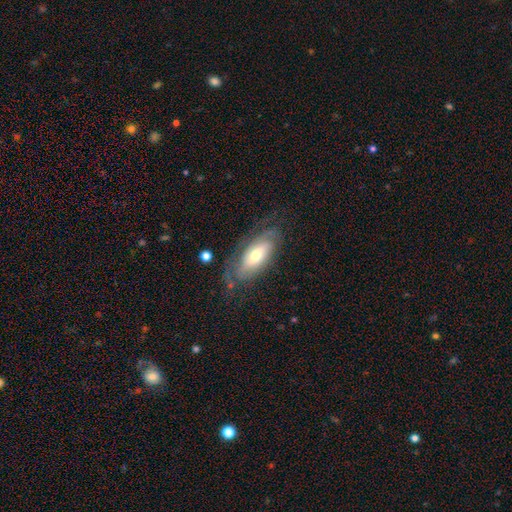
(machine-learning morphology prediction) Smooth or featured? featured or disk (56%)
Edge-on disk? no (82%)
Merging? none (64%)